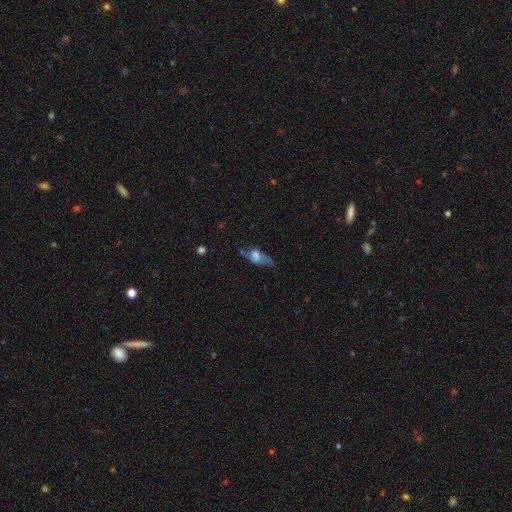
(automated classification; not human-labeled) smooth-or-featured: smooth: 53% | featured or disk: 35% | star or artifact: 12%
  how-rounded: in between: 79% | cigar-shaped: 12% | round: 9%
  merging: major disturbance: 33% (tied) | none: 33% (tied) | minor disturbance: 26% | merger: 8%